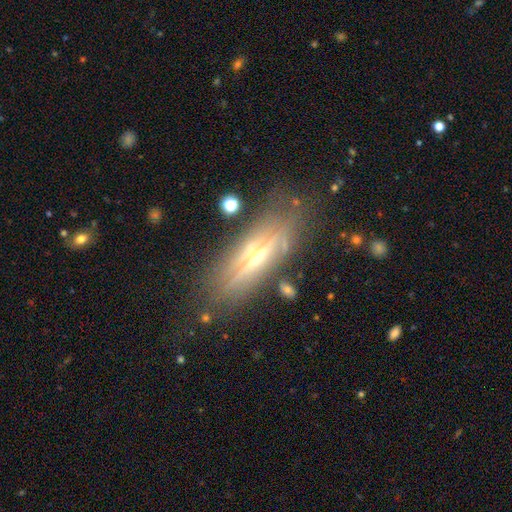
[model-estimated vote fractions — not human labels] Smooth or featured: featured or disk — 75% (smooth — 17%)
Edge-on disk: yes — 88% (no — 12%)
Edge-on bulge: rounded — 89% (none — 7%)
Merging: none — 77% (minor disturbance — 14%)